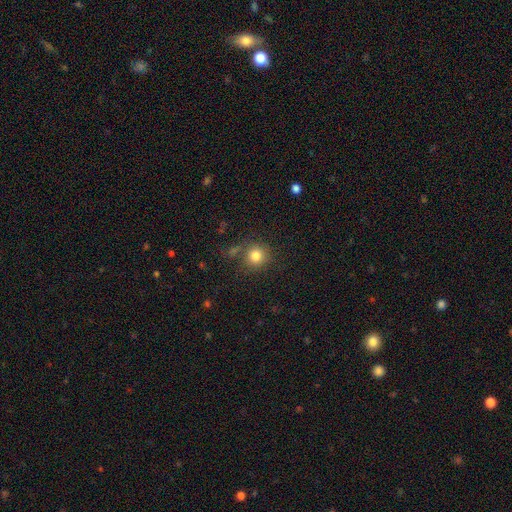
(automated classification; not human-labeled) This is clearly a smooth galaxy (81%). How rounded: clearly round (90%). Merging: likely none (76%).